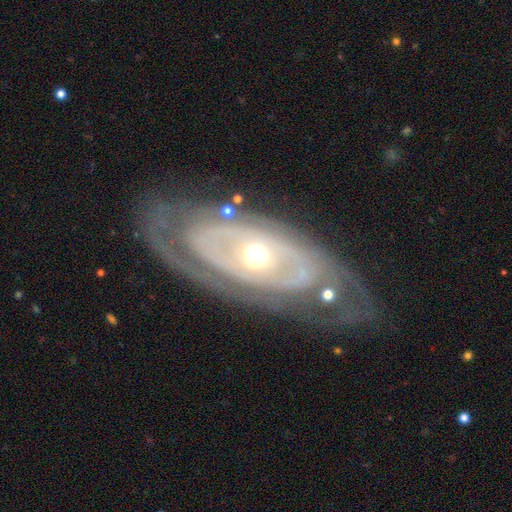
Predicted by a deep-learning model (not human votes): The model was most divided on "spiral arms": yes: 57%, no: 43%. More confident: edge-on disk — no (89%); bar — no (81%); smooth or featured — featured or disk (81%); merging — none (73%); bulge size — moderate (69%).